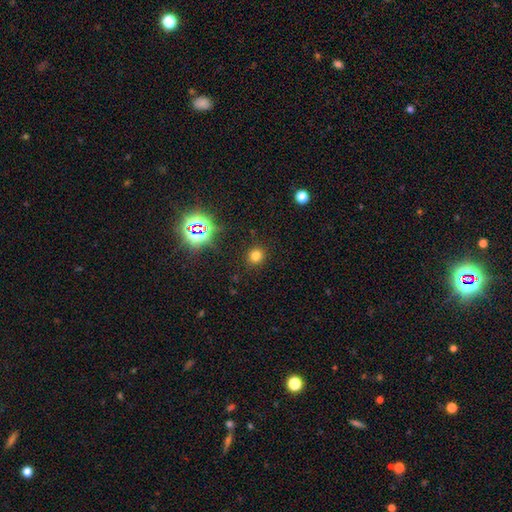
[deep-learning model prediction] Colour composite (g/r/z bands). It shows a smooth galaxy with no disk features (72%) that is round (88%). Merging: none (89%).